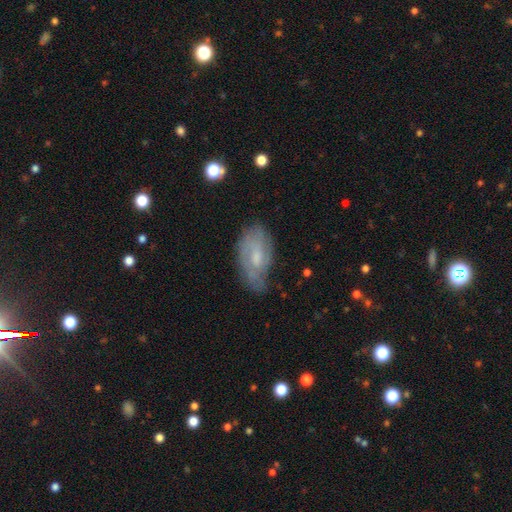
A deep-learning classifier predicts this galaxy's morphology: Smooth or featured? featured or disk (54%)
Edge-on disk? no (92%)
Merging? none (59%)